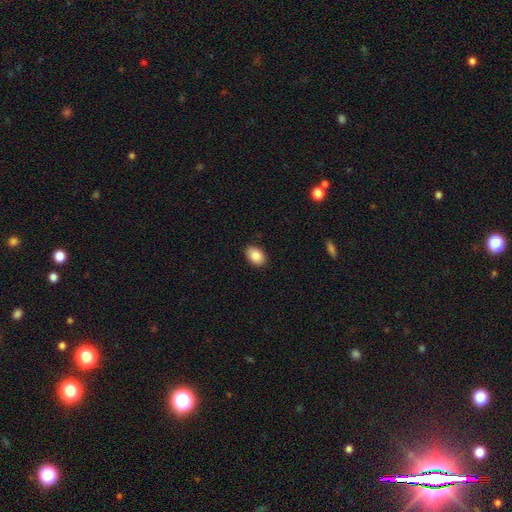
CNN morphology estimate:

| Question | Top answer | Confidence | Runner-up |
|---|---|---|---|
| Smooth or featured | smooth | 87% | star or artifact (7%) |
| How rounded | in between | 87% | round (12%) |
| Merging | none | 89% | minor disturbance (8%) |